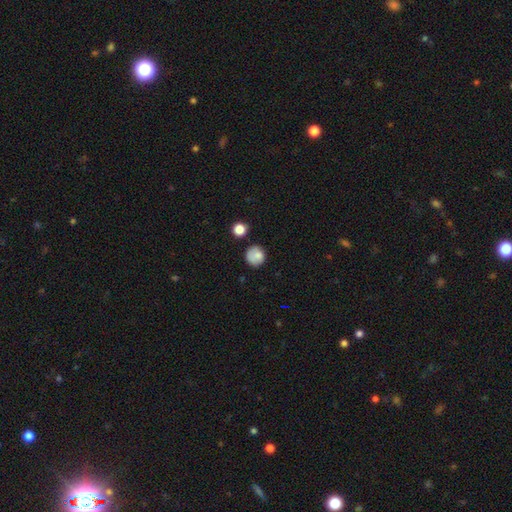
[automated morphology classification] Smooth or featured? Predicted: smooth (p=0.78). How rounded? Predicted: round (p=0.86). Merging? Predicted: none (p=0.67).